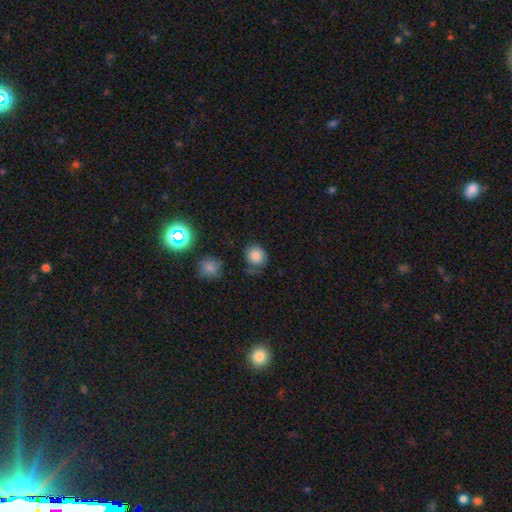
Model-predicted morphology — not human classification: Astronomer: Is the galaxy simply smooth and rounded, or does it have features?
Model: smooth — 82%.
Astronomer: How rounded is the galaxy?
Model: round — 83%.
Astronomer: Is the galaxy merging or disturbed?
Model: none — 67%.